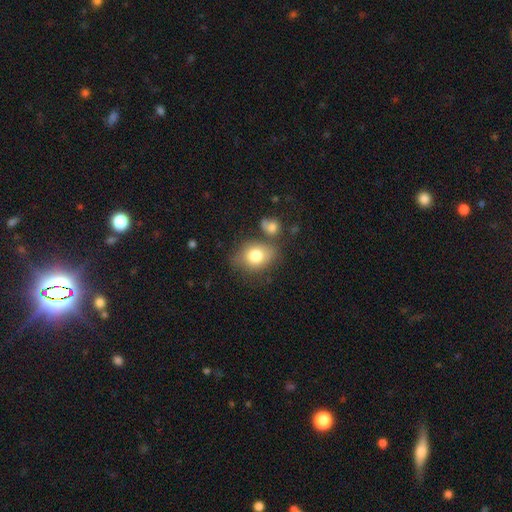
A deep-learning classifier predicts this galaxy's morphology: type=smooth (77%); roundness=in between (56%); merging=none (57%).